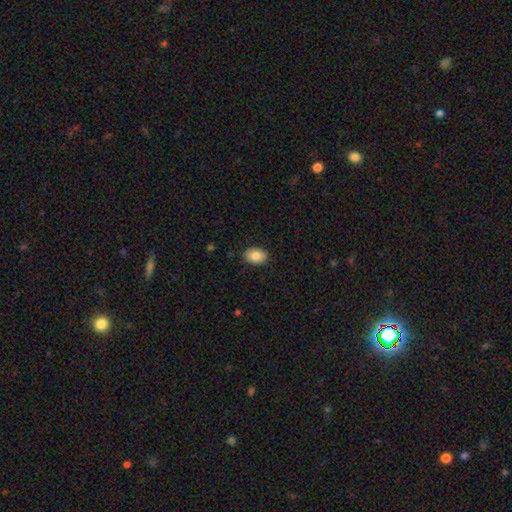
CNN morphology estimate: Smooth or featured: smooth — 83% (featured or disk — 10%)
How rounded: in between — 79% (round — 19%)
Merging: none — 88% (minor disturbance — 9%)